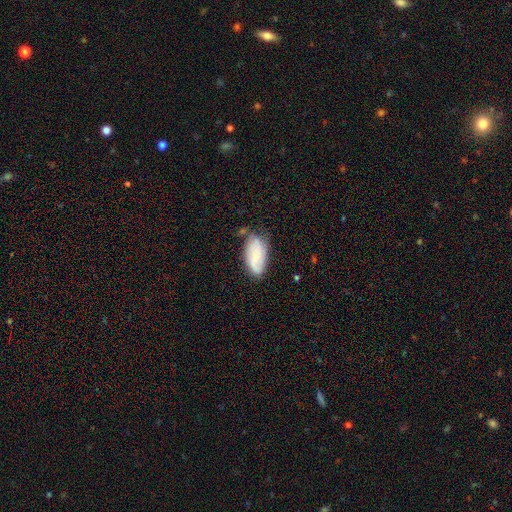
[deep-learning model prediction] smooth 57%, featured or disk 36%, star or artifact 7%. Down the decision tree: how rounded — in between (92%); merging — none (61%).